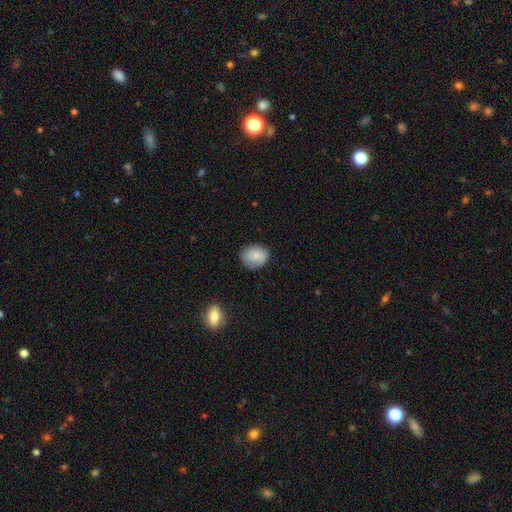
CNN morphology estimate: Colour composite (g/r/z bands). It shows a smooth galaxy with no disk features (77%) that is round (52%). Merging: none (74%).